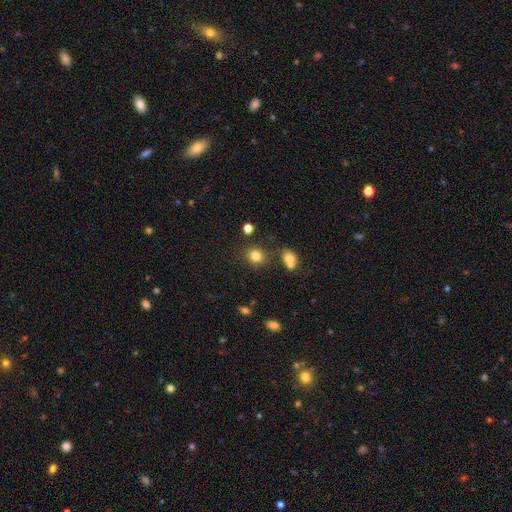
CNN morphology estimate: This is clearly a smooth galaxy (80%). How rounded: likely round (77%). Merging: likely none (78%).